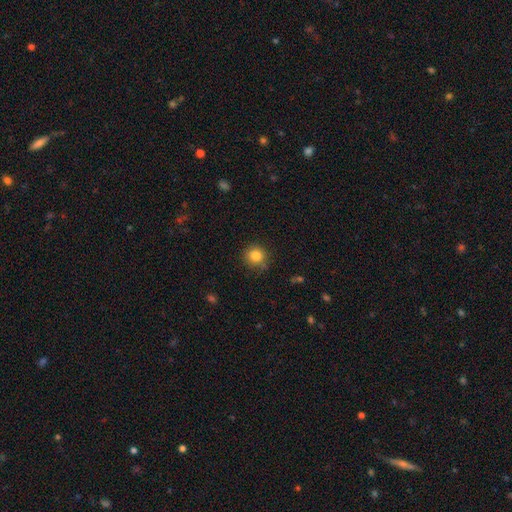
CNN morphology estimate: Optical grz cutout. It shows a smooth galaxy with no disk features (84%) that is round (91%). Merging: none (82%).